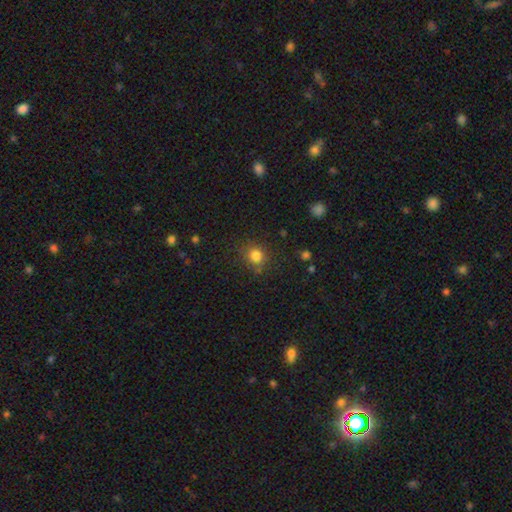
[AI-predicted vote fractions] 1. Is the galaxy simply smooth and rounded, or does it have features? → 81% smooth, 13% star or artifact, 6% featured or disk.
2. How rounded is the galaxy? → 83% round, 16% in between, 1% cigar-shaped.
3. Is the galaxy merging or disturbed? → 79% none, 14% minor disturbance, 5% major disturbance, 2% merger.